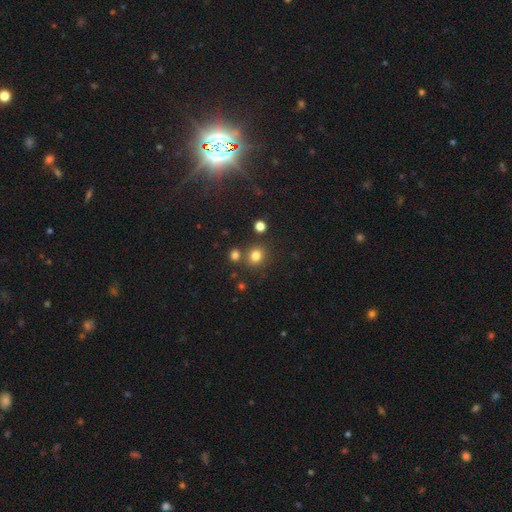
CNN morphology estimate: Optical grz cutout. It shows a smooth galaxy with no disk features (79%) that is round (77%). Merging: none (75%).